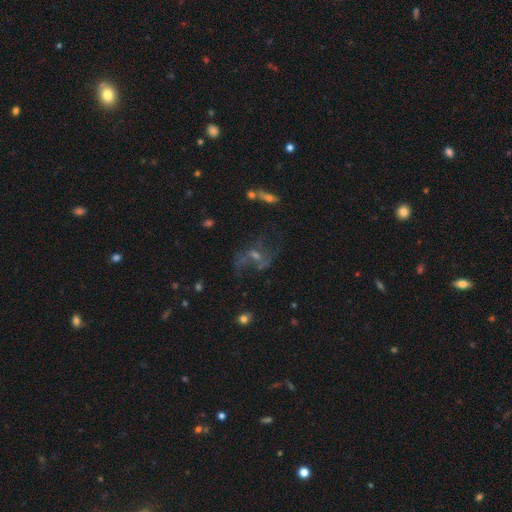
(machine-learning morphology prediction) type=featured or disk (59%); edge-on=no (95%); bar=no (56%); spiral arms=yes (66%); bulge=small (49%); merging=none (48%).